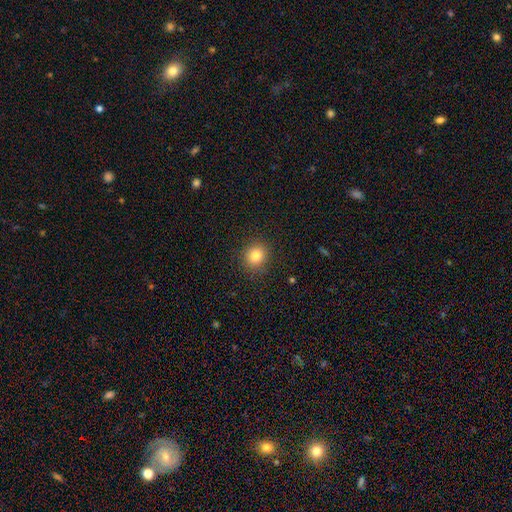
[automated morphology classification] This is clearly a smooth galaxy (81%). How rounded: clearly round (86%). Merging: clearly none (90%).